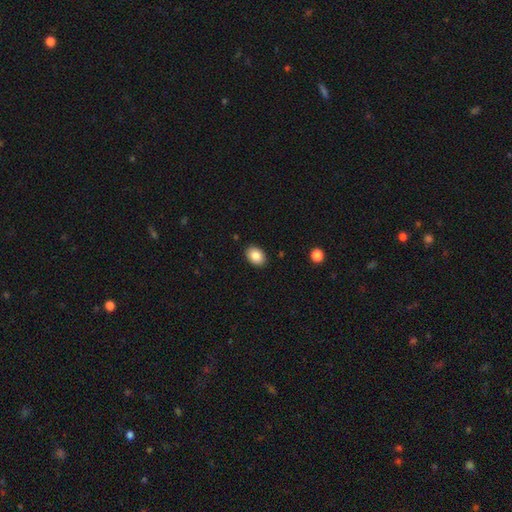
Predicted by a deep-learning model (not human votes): Smooth or featured? Predicted: smooth (p=0.87). How rounded? Predicted: in between (p=0.78). Merging? Predicted: none (p=0.89).